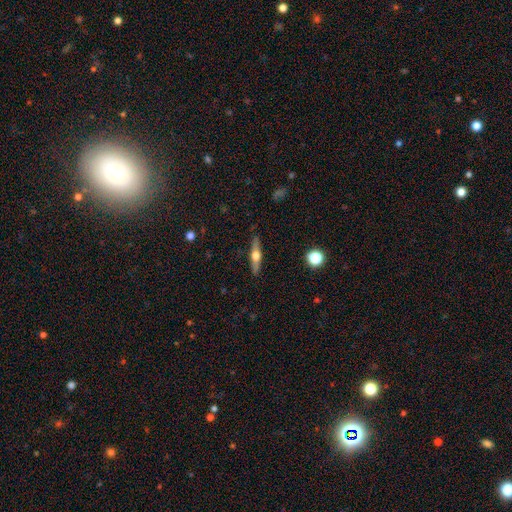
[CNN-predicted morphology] smooth-or-featured: featured or disk: 62% | smooth: 32% | star or artifact: 6%
  disk-edge-on: yes: 96% | no: 4%
    edge-on-bulge: rounded: 94% | boxy: 3% | none: 2%
  merging: none: 89% | minor disturbance: 8% | major disturbance: 2% | merger: 1%